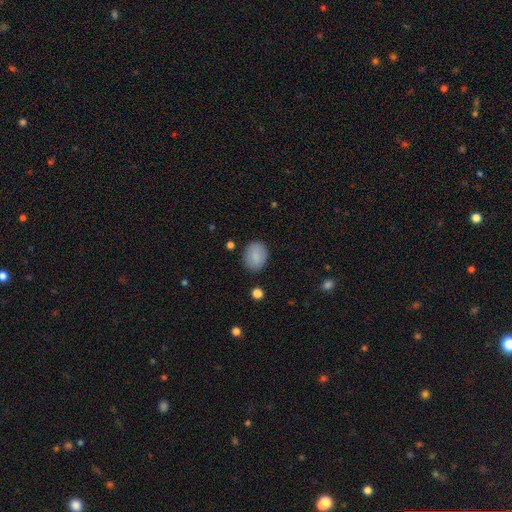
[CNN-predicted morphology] Smooth or featured?
  - smooth: 86% *
  - star or artifact: 7%
  - featured or disk: 7%
How rounded?
  - in between: 58% *
  - round: 41%
  - cigar-shaped: 1%
Merging?
  - none: 84% *
  - minor disturbance: 11%
  - major disturbance: 3%
  - merger: 2%